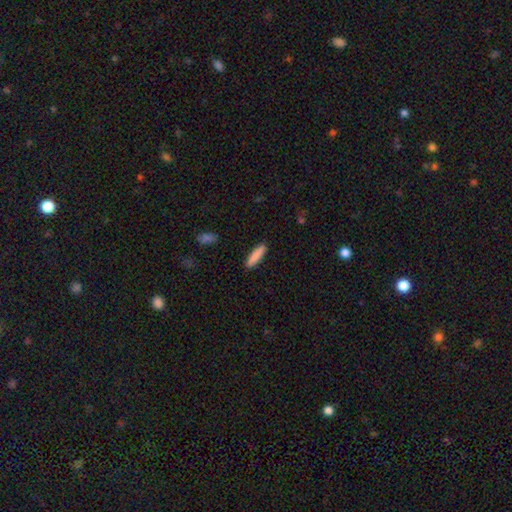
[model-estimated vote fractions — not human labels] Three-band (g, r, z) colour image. It shows a smooth galaxy with no disk features (87%) that is cigar-shaped (79%). Merging: none (91%).